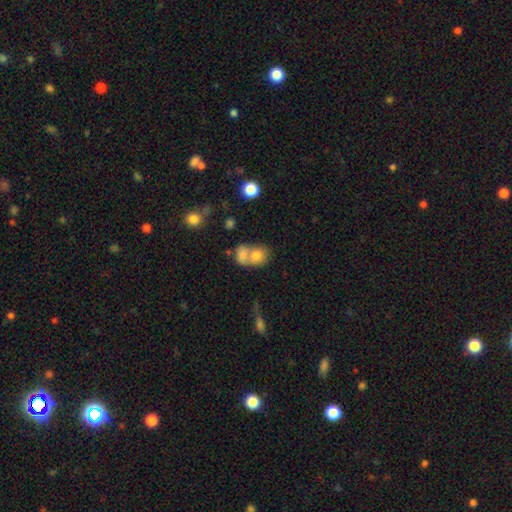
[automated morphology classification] Q: Smooth or featured?
A: smooth (75%); runner-up: featured or disk (15%)
Q: How rounded?
A: round (50%); runner-up: in between (49%)
Q: Merging?
A: merger (65%); runner-up: none (24%)